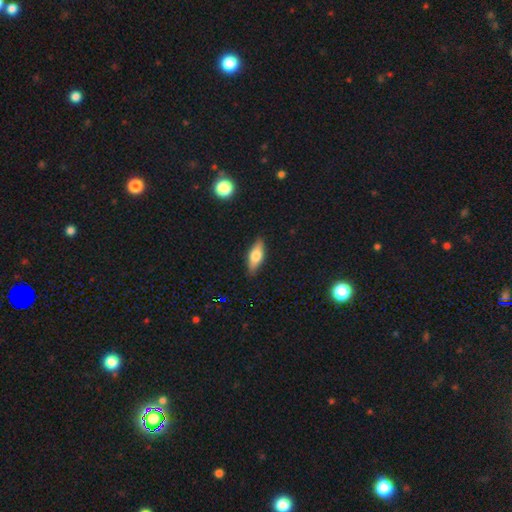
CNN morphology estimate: A smooth galaxy with no disk features (60%) that is in between round and cigar-shaped (66%).

Vote fractions:
- Smooth or featured? smooth: 60% / featured or disk: 33% / star or artifact: 7%
- How rounded? in between: 66% / cigar-shaped: 30% / round: 3%
- Merging? none: 87% / minor disturbance: 10% / major disturbance: 2% / merger: 1%